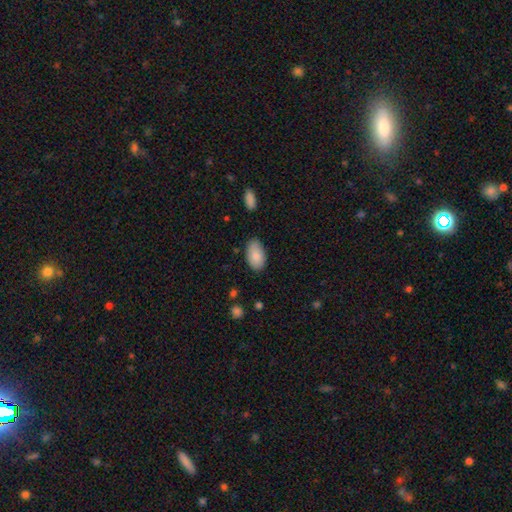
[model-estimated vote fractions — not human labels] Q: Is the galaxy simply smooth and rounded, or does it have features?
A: smooth — 84%.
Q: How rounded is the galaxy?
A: in between — 94%.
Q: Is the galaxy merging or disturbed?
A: none — 79%.